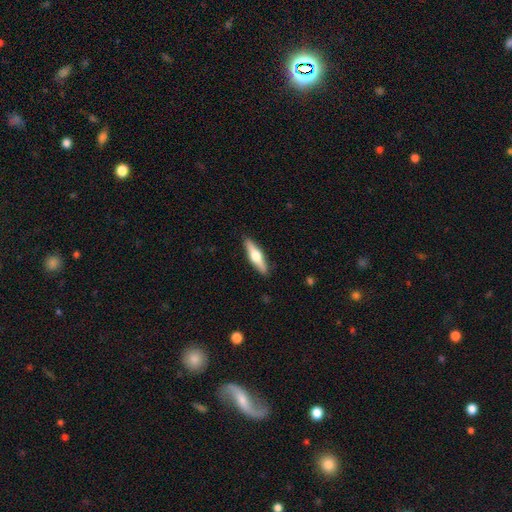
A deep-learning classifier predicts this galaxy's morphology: Smooth or featured?
  - featured or disk: 52% *
  - smooth: 42%
  - star or artifact: 5%
Edge-on disk?
  - yes: 95% *
  - no: 5%
Merging?
  - none: 90% *
  - minor disturbance: 8%
  - major disturbance: 2%
  - merger: 1%